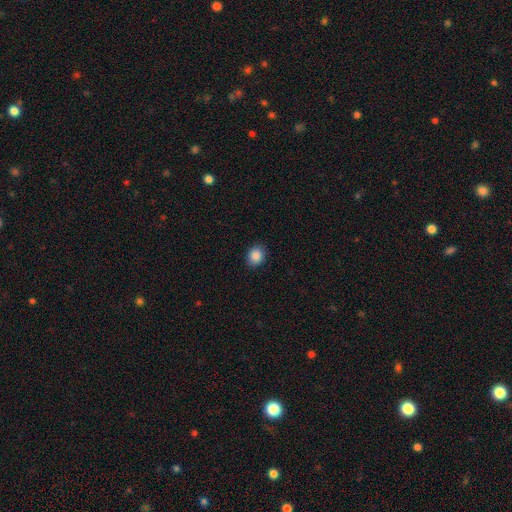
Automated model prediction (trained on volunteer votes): Q: Smooth or featured?
A: smooth (87%); runner-up: star or artifact (9%)
Q: How rounded?
A: round (56%); runner-up: in between (43%)
Q: Merging?
A: none (89%); runner-up: minor disturbance (8%)